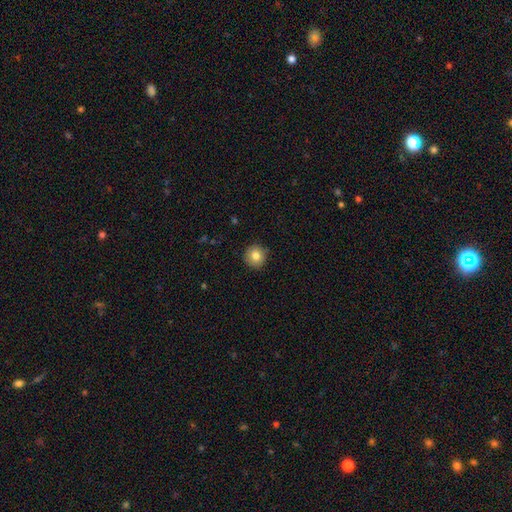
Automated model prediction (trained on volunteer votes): Morphology: type=smooth (82%); roundness=round (95%); merging=none (90%).